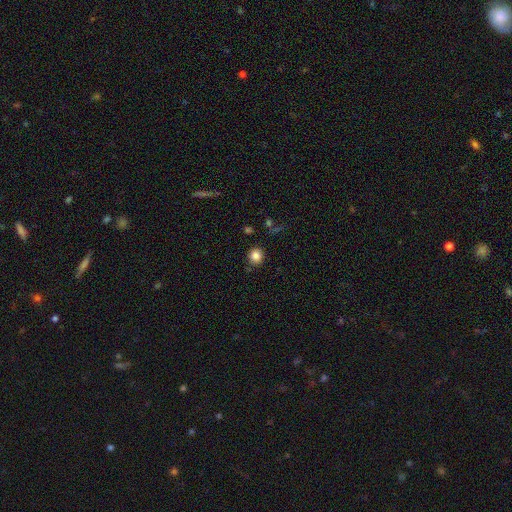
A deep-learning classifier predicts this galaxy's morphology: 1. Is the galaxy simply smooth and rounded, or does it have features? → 84% smooth, 11% star or artifact, 5% featured or disk.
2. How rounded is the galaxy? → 87% round, 12% in between, 1% cigar-shaped.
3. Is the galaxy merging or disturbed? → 86% none, 8% minor disturbance, 3% merger, 3% major disturbance.